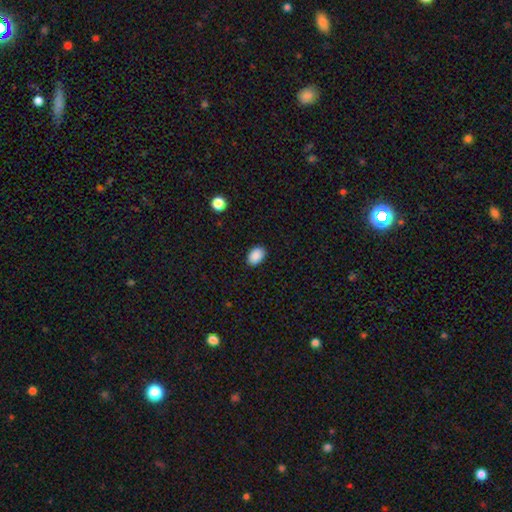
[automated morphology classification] smooth 90%, star or artifact 8%, featured or disk 2%. Down the decision tree: how rounded — in between (85%); merging — none (89%).